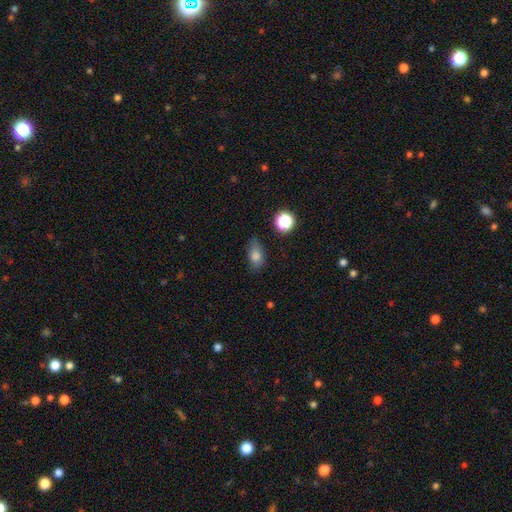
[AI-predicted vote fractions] The model was most divided on "merging": none: 72%, minor disturbance: 21%, major disturbance: 5%, merger: 2%. More confident: how rounded — in between (82%); smooth or featured — smooth (79%).